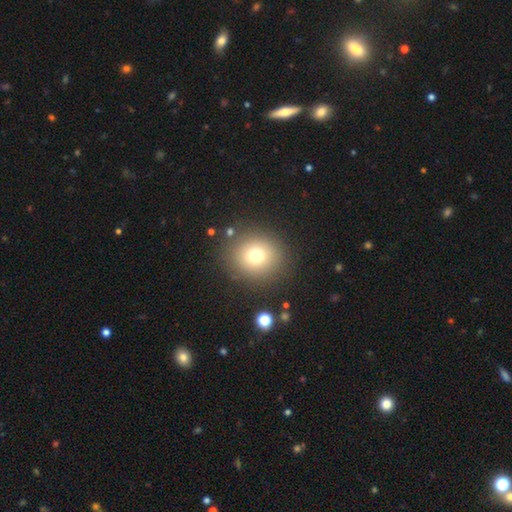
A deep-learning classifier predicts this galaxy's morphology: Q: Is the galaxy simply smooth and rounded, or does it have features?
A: smooth — 73%.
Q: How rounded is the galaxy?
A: round — 85%.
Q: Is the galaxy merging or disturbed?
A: none — 85%.